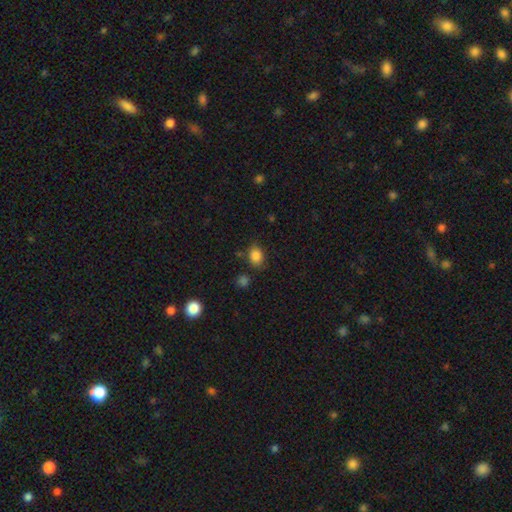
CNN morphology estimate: Smooth or featured: smooth — 85% (star or artifact — 10%)
How rounded: in between — 57% (round — 42%)
Merging: none — 75% (minor disturbance — 16%)